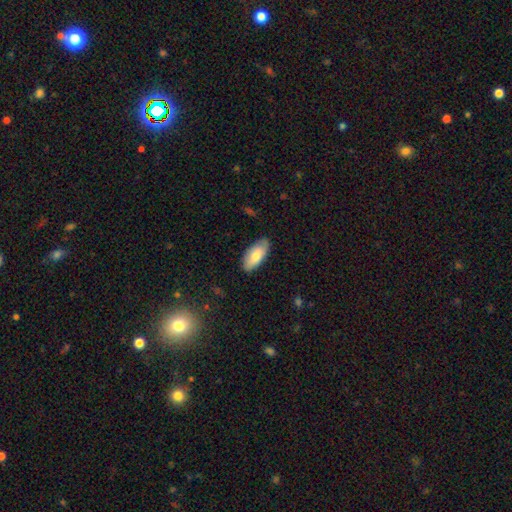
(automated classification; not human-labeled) smooth 75%, featured or disk 19%, star or artifact 6%. Down the decision tree: how rounded — in between (91%); merging — none (82%).